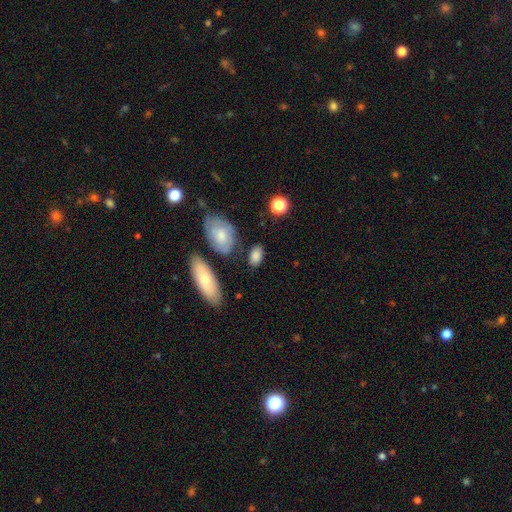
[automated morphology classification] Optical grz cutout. It shows a smooth galaxy with no disk features (83%) that is in between round and cigar-shaped (87%). Merging: none (75%).